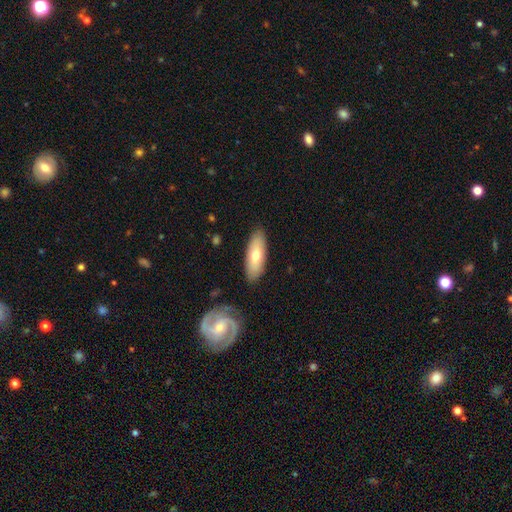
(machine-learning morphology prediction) Q: Smooth or featured?
A: smooth (65%); runner-up: featured or disk (29%)
Q: How rounded?
A: in between (73%); runner-up: cigar-shaped (25%)
Q: Merging?
A: none (85%); runner-up: minor disturbance (10%)